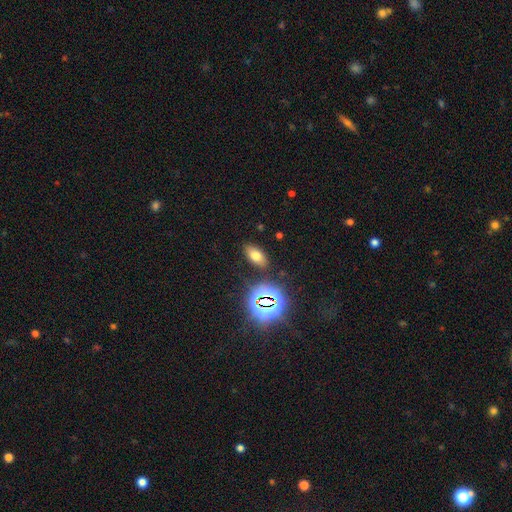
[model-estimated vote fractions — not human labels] smooth_or_featured: smooth (p=0.64) [alt: star or artifact p=0.24]
how_rounded: in between (p=0.88) [alt: round p=0.07]
merging: none (p=0.85) [alt: minor disturbance p=0.09]